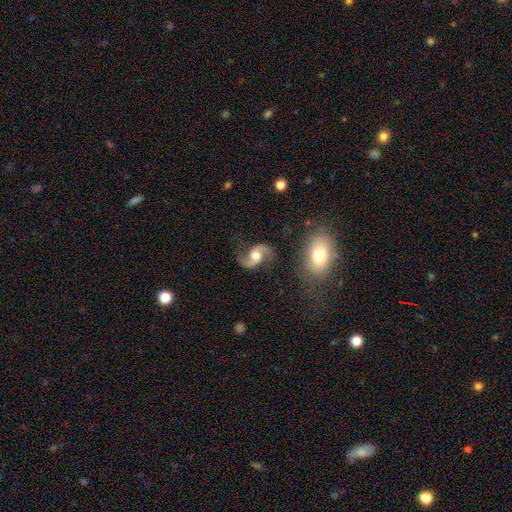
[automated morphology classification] smooth_or_featured: featured or disk (p=0.88) [alt: smooth p=0.07]
disk_edge_on: no (p=0.97) [alt: yes p=0.03]
bar: no (p=0.54) [alt: weak p=0.36]
has_spiral_arms: yes (p=0.97) [alt: no p=0.03]
spiral_winding: loose (p=0.64) [alt: medium p=0.31]
spiral_arm_count: 2 (p=0.94) [alt: can't tell p=0.02]
bulge_size: moderate (p=0.57) [alt: large p=0.24]
merging: none (p=0.76) [alt: minor disturbance p=0.14]